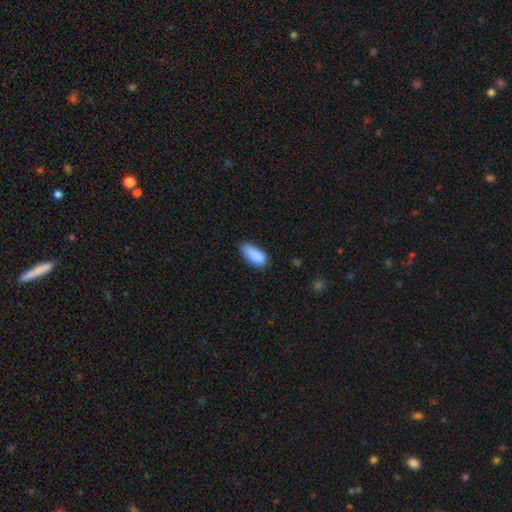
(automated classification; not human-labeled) smooth-or-featured: smooth: 86% | star or artifact: 8% | featured or disk: 6%
  how-rounded: in between: 85% | cigar-shaped: 13% | round: 3%
  merging: none: 52% | minor disturbance: 36% | major disturbance: 9% | merger: 3%